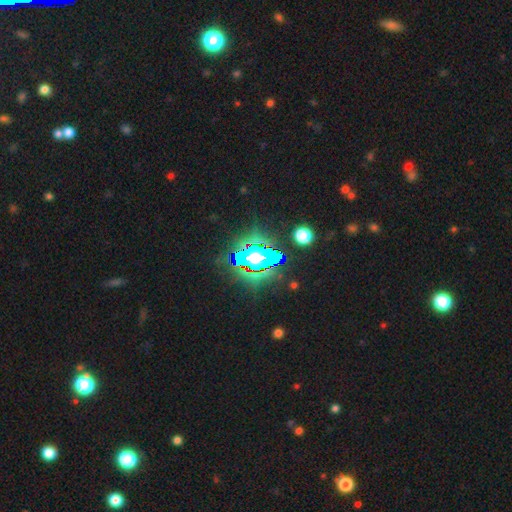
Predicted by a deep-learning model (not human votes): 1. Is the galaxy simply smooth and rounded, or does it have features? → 84% star or artifact, 10% smooth, 7% featured or disk.